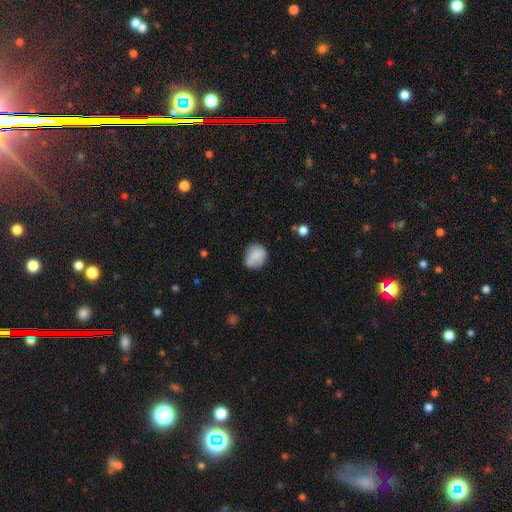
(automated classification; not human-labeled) The model was most divided on "how rounded": round: 62%, in between: 37%, cigar-shaped: 1%. More confident: smooth or featured — smooth (82%); merging — none (69%).